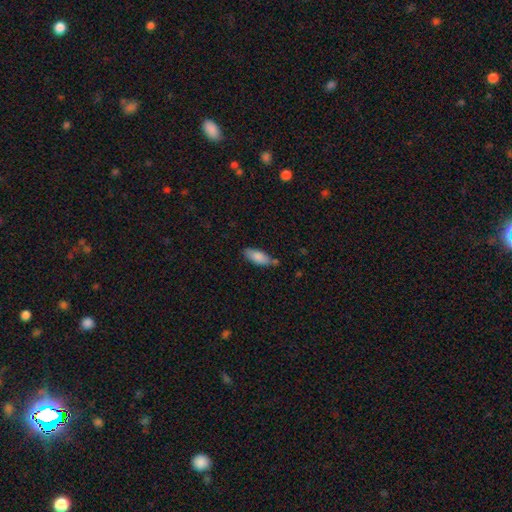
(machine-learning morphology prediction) This appears to be a smooth galaxy with no disk features (60%) that is in between round and cigar-shaped (68%). Merging: none (80%).